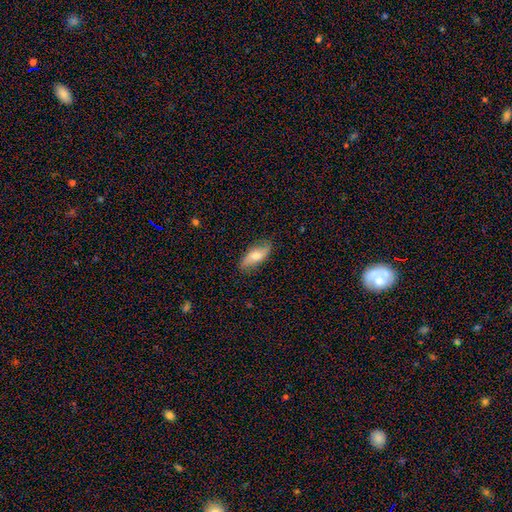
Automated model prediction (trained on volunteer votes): smooth 55%, featured or disk 38%, star or artifact 7%. Down the decision tree: how rounded — in between (79%); merging — none (80%).